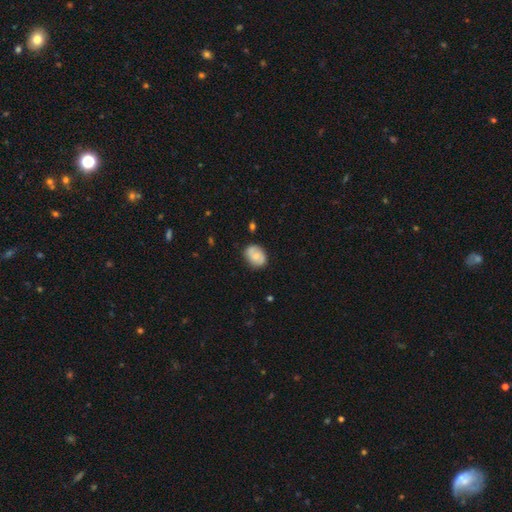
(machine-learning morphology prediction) A smooth galaxy with no disk features (53%) that is in between round and cigar-shaped (65%). Merging: none (74%).